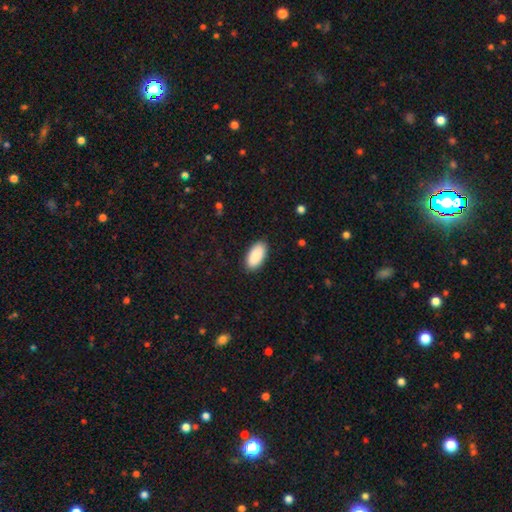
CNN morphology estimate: type=smooth (91%); roundness=in between (95%); merging=none (89%).